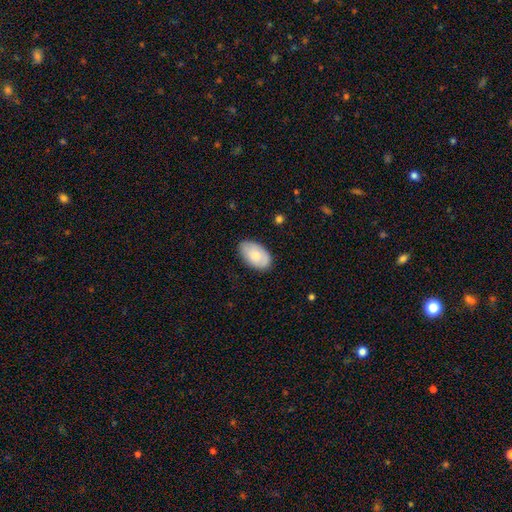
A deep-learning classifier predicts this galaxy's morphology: Smooth or featured? smooth (73%)
How rounded? in between (94%)
Merging? none (79%)